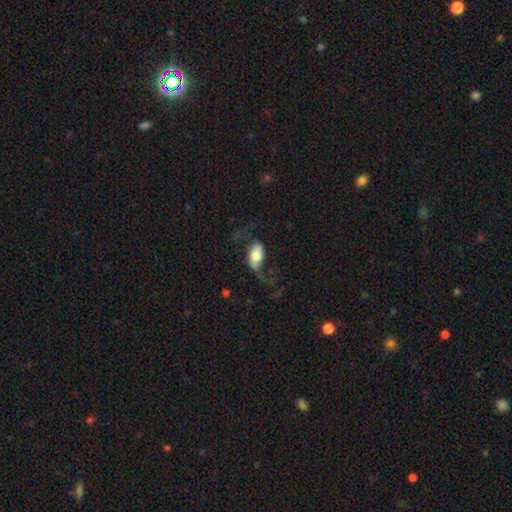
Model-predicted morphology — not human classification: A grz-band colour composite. It shows a smooth galaxy with no disk features (51%) that is in between round and cigar-shaped (88%). Merging: major disturbance (44%).